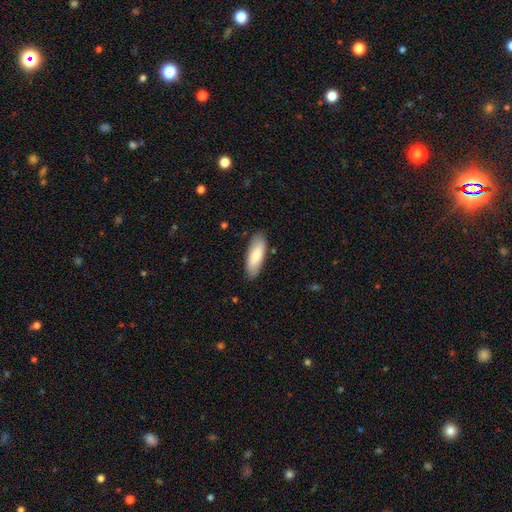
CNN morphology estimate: Q: Smooth or featured?
A: smooth (74%); runner-up: featured or disk (20%)
Q: How rounded?
A: in between (69%); runner-up: cigar-shaped (29%)
Q: Merging?
A: none (85%); runner-up: minor disturbance (11%)